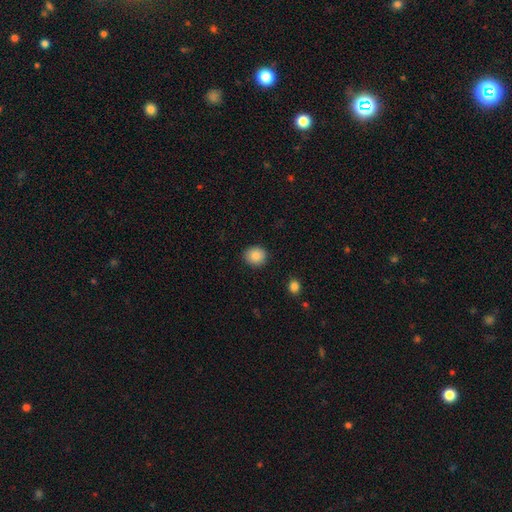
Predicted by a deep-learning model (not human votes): smooth_or_featured: smooth (p=0.87) [alt: star or artifact p=0.08]
how_rounded: round (p=0.84) [alt: in between p=0.15]
merging: none (p=0.90) [alt: minor disturbance p=0.07]